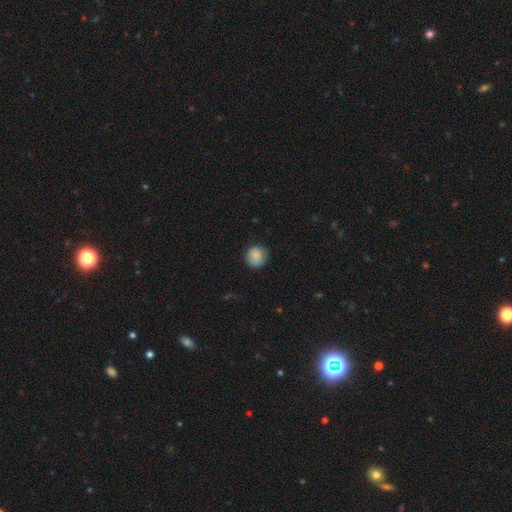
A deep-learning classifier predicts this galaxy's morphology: A smooth galaxy with no disk features (86%) that is round (89%). Merging: none (78%).